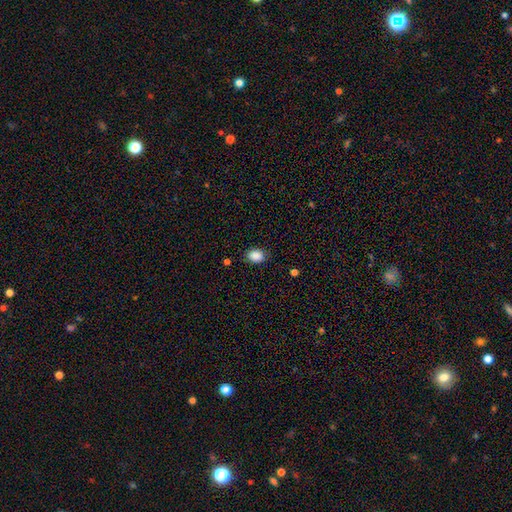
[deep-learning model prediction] Morphology: type=smooth (88%); roundness=in between (68%); merging=none (84%).